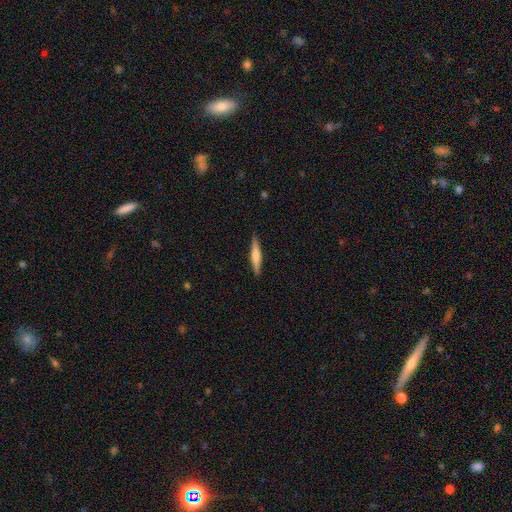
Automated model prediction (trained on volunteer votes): Smooth or featured? smooth (55%)
How rounded? cigar-shaped (90%)
Merging? none (88%)